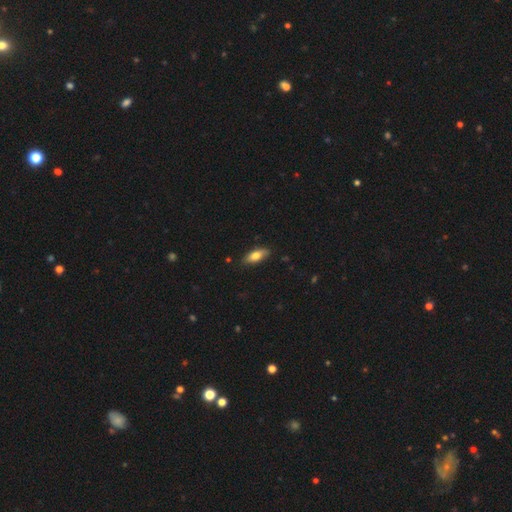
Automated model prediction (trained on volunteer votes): smooth-or-featured: smooth: 75% | featured or disk: 19% | star or artifact: 6%
  how-rounded: in between: 74% | cigar-shaped: 23% | round: 3%
  merging: none: 85% | minor disturbance: 12% | major disturbance: 2% | merger: 1%